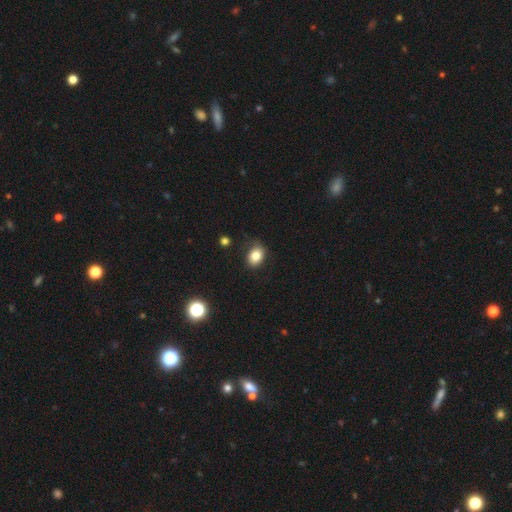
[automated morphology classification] smooth 82%, star or artifact 10%, featured or disk 8%. Down the decision tree: how rounded — in between (67%); merging — none (75%).